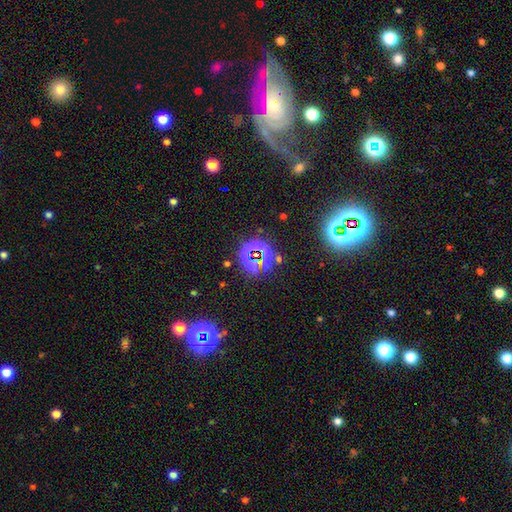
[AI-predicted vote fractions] Morphology: type=star or artifact (75%).